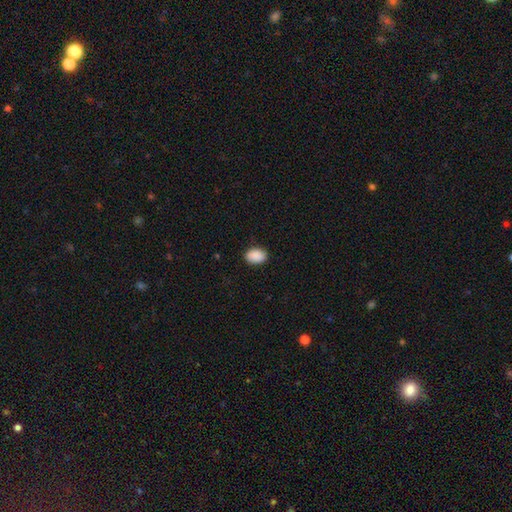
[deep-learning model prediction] Morphology: type=smooth (91%); roundness=in between (81%); merging=none (88%).